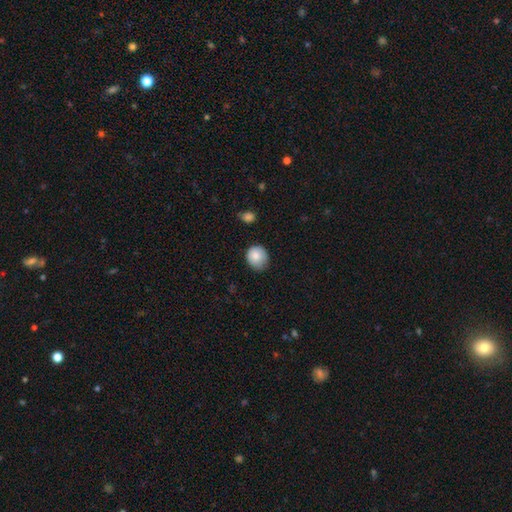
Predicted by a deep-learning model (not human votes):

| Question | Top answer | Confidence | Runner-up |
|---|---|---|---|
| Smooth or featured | smooth | 82% | featured or disk (10%) |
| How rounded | round | 81% | in between (18%) |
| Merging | none | 70% | minor disturbance (24%) |